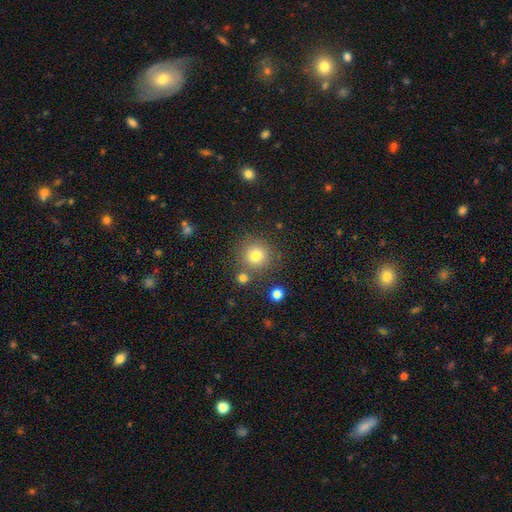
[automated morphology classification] Smooth or featured? Predicted: smooth (p=0.79). How rounded? Predicted: round (p=0.93). Merging? Predicted: none (p=0.77).